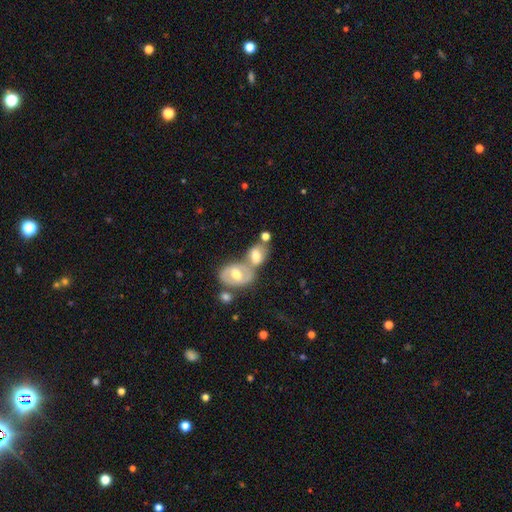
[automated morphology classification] type=smooth (55%); roundness=in between (80%); merging=merger (54%).